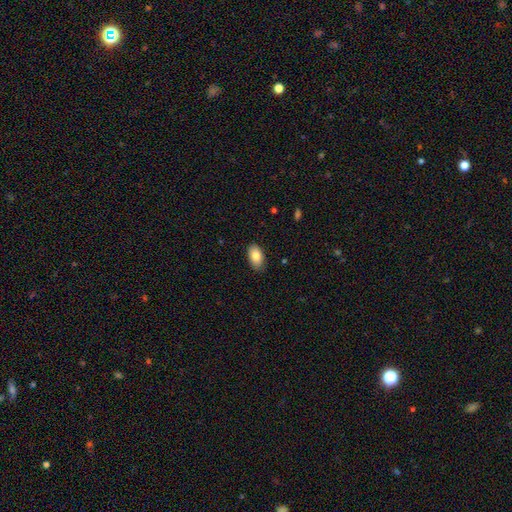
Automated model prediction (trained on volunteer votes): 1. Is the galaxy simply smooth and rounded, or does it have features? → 83% smooth, 10% featured or disk, 7% star or artifact.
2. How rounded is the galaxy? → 93% in between, 5% round, 2% cigar-shaped.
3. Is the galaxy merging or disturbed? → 85% none, 12% minor disturbance, 2% major disturbance, 1% merger.